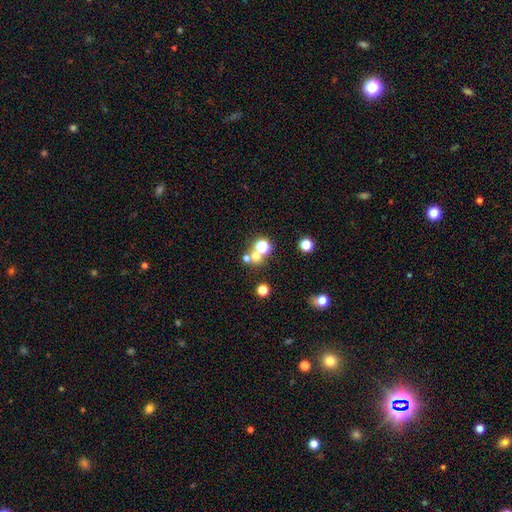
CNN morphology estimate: A smooth galaxy with no disk features (56%) that is round (85%).

Vote fractions:
- Smooth or featured? smooth: 56% / star or artifact: 30% / featured or disk: 14%
- How rounded? round: 85% / in between: 14% / cigar-shaped: 1%
- Merging? none: 53% / merger: 37% / minor disturbance: 6% / major disturbance: 4%